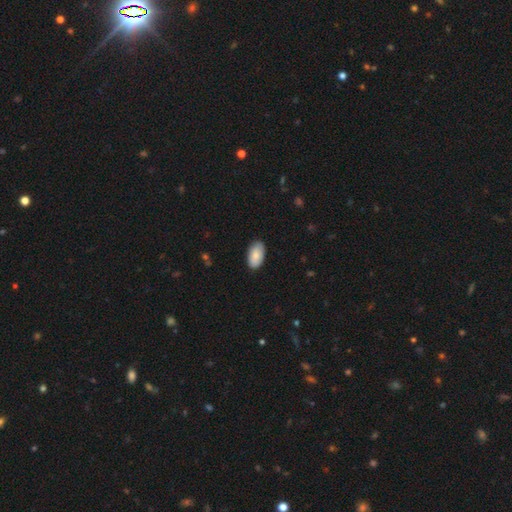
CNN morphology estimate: smooth-or-featured: smooth: 83% | featured or disk: 11% | star or artifact: 6%
  how-rounded: in between: 95% | round: 3% | cigar-shaped: 2%
  merging: none: 85% | minor disturbance: 12% | major disturbance: 2% | merger: 1%